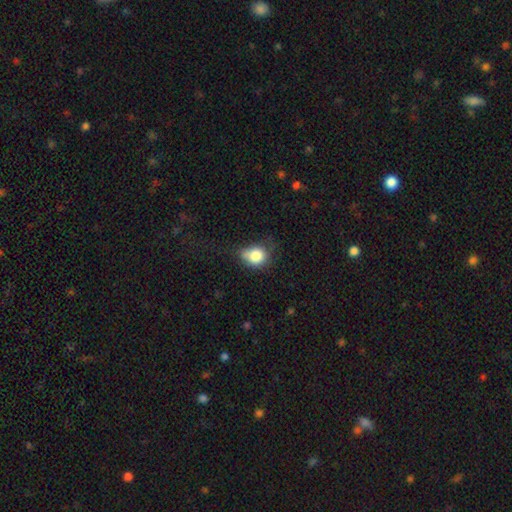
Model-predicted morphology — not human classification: smooth-or-featured: smooth: 80% | star or artifact: 10% | featured or disk: 10%
  how-rounded: round: 62% | in between: 37% | cigar-shaped: 1%
  merging: none: 42% | minor disturbance: 37% | major disturbance: 14% | merger: 6%